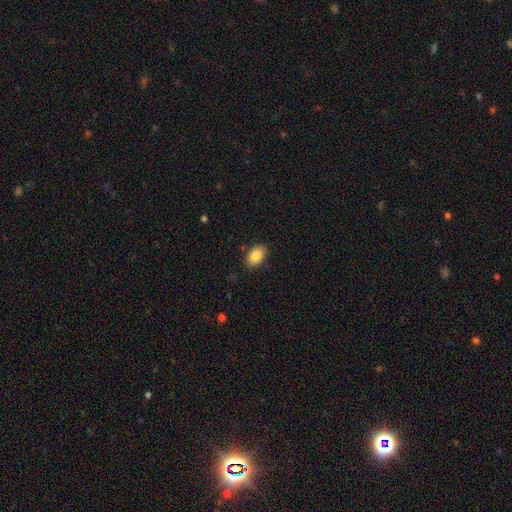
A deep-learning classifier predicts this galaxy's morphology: smooth-or-featured: smooth: 87% | star or artifact: 7% | featured or disk: 6%
  how-rounded: in between: 90% | round: 8% | cigar-shaped: 1%
  merging: none: 86% | minor disturbance: 11% | major disturbance: 3% | merger: 1%